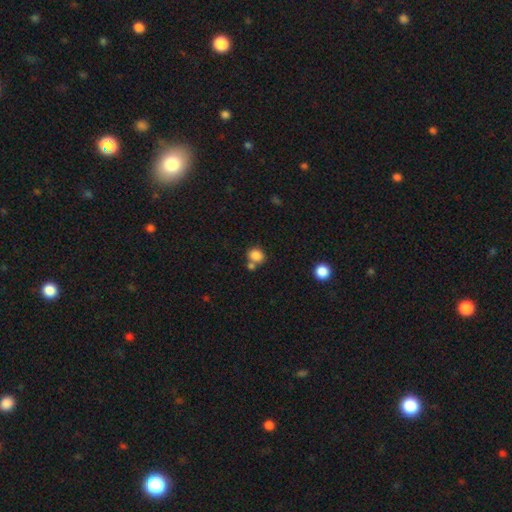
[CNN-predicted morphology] Q: Smooth or featured?
A: smooth (84%); runner-up: star or artifact (10%)
Q: How rounded?
A: round (64%); runner-up: in between (35%)
Q: Merging?
A: none (52%); runner-up: merger (34%)